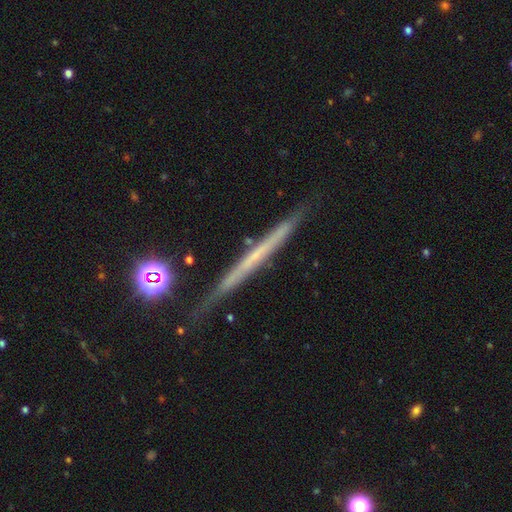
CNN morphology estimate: Overall: featured or disk (61%; smooth 30%). Edge-on disk: yes (96%). Edge-on bulge: none (91%). Merging: none (85%).